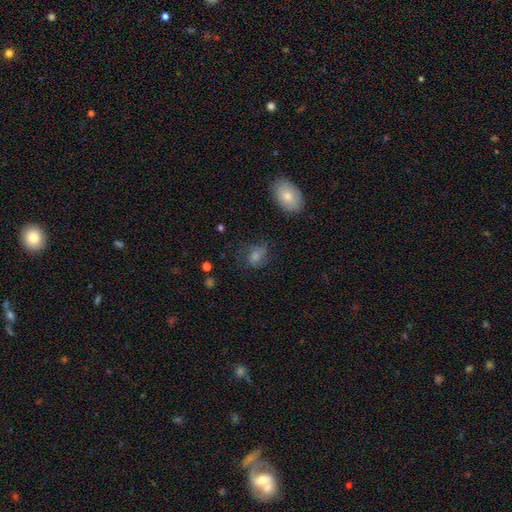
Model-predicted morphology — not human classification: Overall: smooth (53%; featured or disk 25%). How rounded: in between (54%; round 44%). Merging: none (66%).